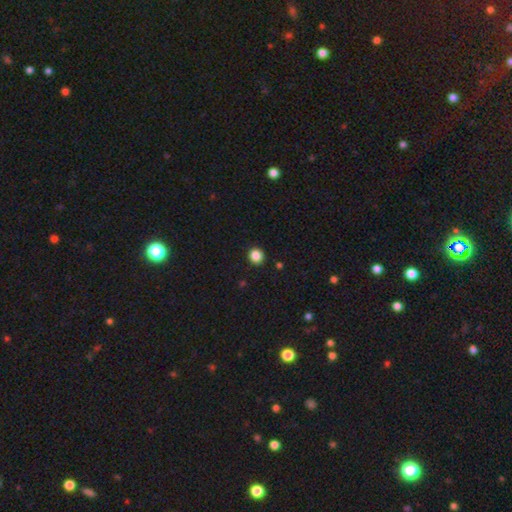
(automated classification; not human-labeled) A smooth galaxy with no disk features (86%) that is round (89%).

Vote fractions:
- Smooth or featured? smooth: 86% / star or artifact: 11% / featured or disk: 3%
- How rounded? round: 89% / in between: 10% / cigar-shaped: 1%
- Merging? none: 92% / minor disturbance: 5% / major disturbance: 2% / merger: 1%